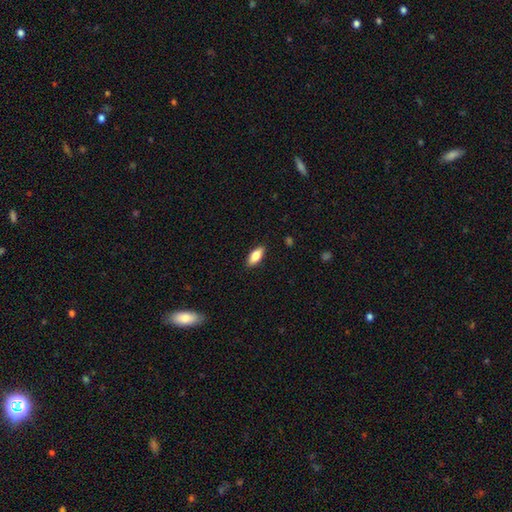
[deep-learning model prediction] smooth-or-featured: smooth: 81% | featured or disk: 13% | star or artifact: 7%
  how-rounded: in between: 84% | cigar-shaped: 14% | round: 3%
  merging: none: 88% | minor disturbance: 9% | major disturbance: 2% | merger: 1%